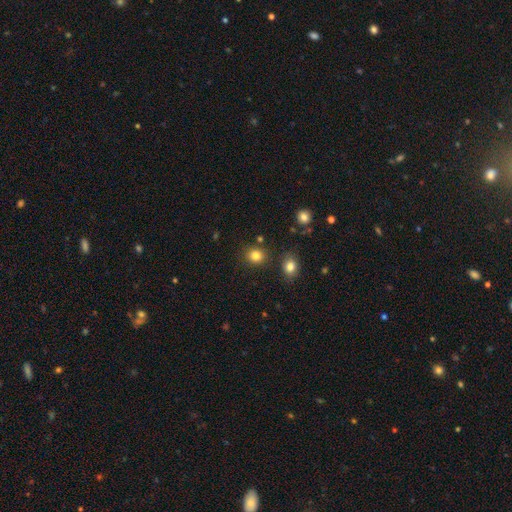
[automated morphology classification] The model was most divided on "how rounded": round: 80%, in between: 19%, cigar-shaped: 1%. More confident: merging — none (85%); smooth or featured — smooth (83%).